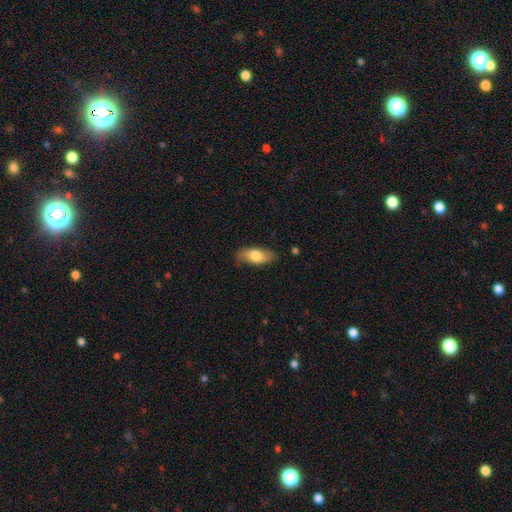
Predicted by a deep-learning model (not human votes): smooth-or-featured: smooth: 73% | featured or disk: 21% | star or artifact: 6%
  how-rounded: in between: 84% | cigar-shaped: 12% | round: 3%
  merging: none: 79% | minor disturbance: 17% | major disturbance: 3% | merger: 1%